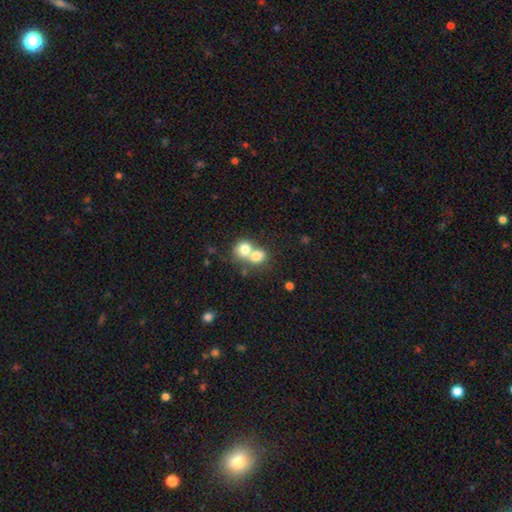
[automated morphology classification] smooth_or_featured: smooth (p=0.75) [alt: featured or disk p=0.15]
how_rounded: round (p=0.65) [alt: in between p=0.34]
merging: merger (p=0.68) [alt: none p=0.24]